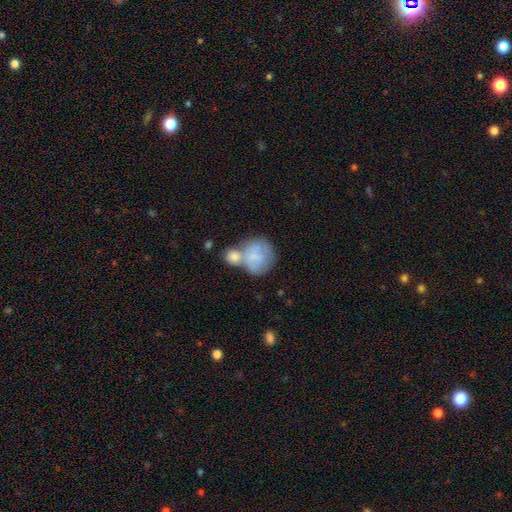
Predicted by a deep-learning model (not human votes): This appears to be a smooth galaxy with no disk features (64%) that is round (74%). Merging: merger (52%).